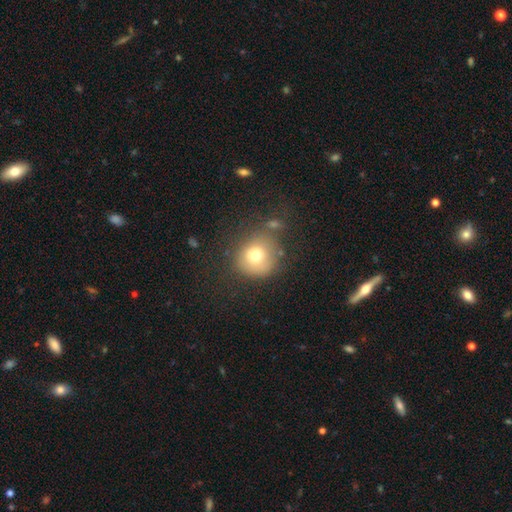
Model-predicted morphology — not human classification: Overall: smooth (73%). How rounded: round (84%). Merging: none (62%).